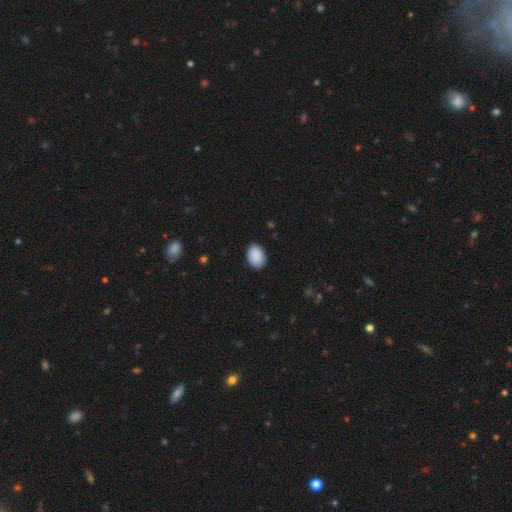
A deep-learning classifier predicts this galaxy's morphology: The model was most divided on "how rounded": in between: 79%, round: 20%, cigar-shaped: 1%. More confident: smooth or featured — smooth (91%); merging — none (88%).